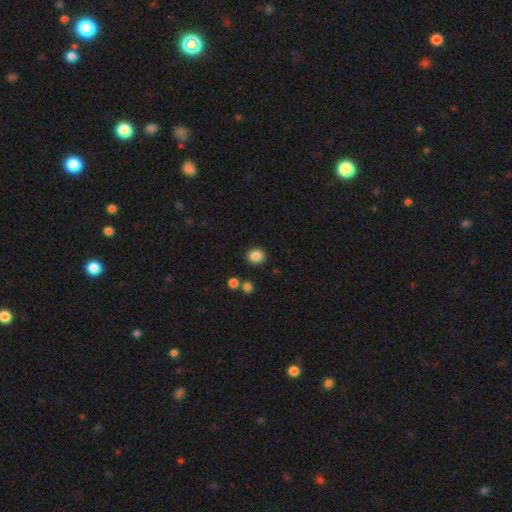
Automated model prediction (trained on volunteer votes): smooth 86%, star or artifact 10%, featured or disk 4%. Down the decision tree: how rounded — round (69%); merging — none (84%).